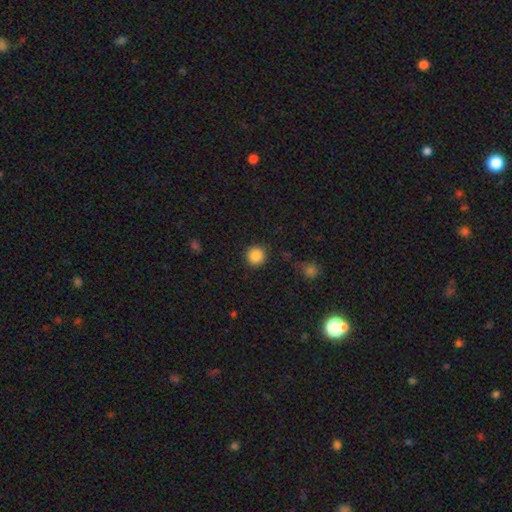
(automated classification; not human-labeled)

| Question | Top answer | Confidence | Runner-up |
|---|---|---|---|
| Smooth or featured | smooth | 87% | star or artifact (9%) |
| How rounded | round | 94% | in between (5%) |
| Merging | none | 90% | minor disturbance (6%) |